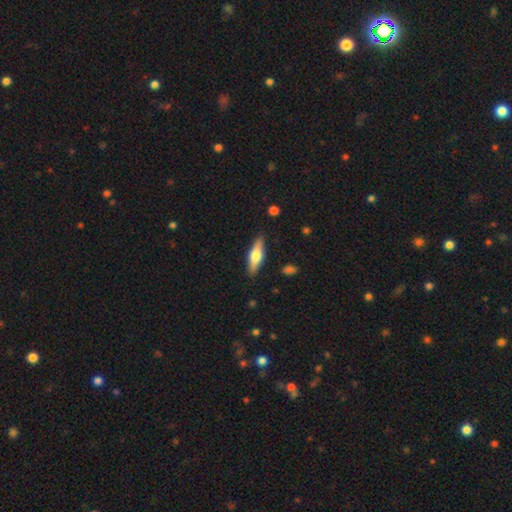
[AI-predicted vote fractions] Smooth or featured? smooth (49%)
Merging? none (88%)